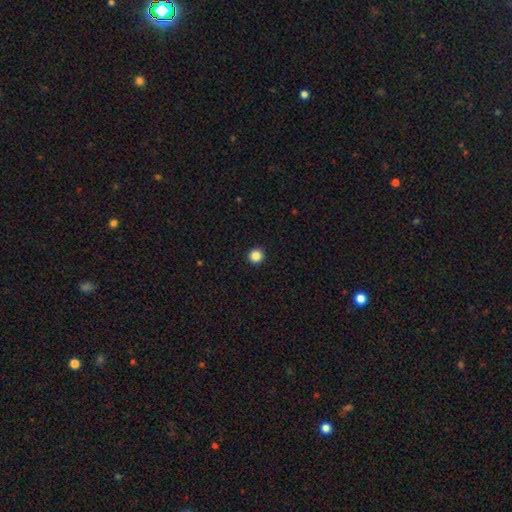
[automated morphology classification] Smooth or featured: smooth — 86% (star or artifact — 11%)
How rounded: round — 94% (in between — 5%)
Merging: none — 94% (minor disturbance — 4%)